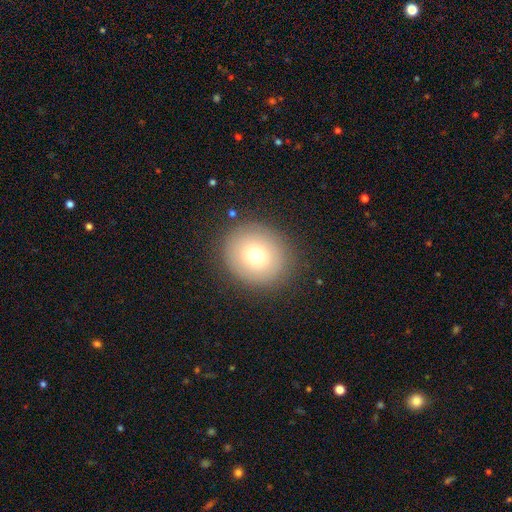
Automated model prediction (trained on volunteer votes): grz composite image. It shows a smooth galaxy with no disk features (71%) that is round (85%). Merging: none (86%).